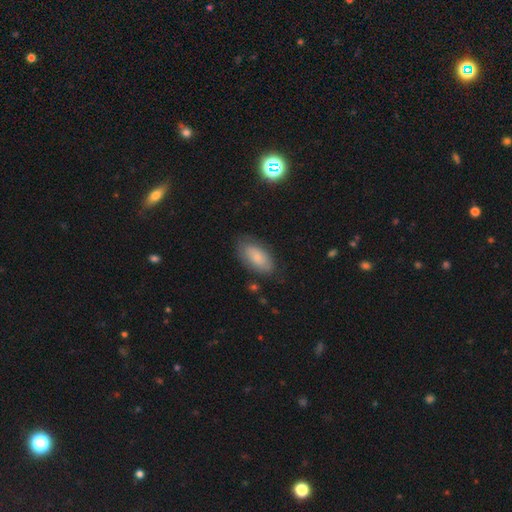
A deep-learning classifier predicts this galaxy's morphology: Overall: smooth (68%). How rounded: in between (91%). Merging: none (78%).